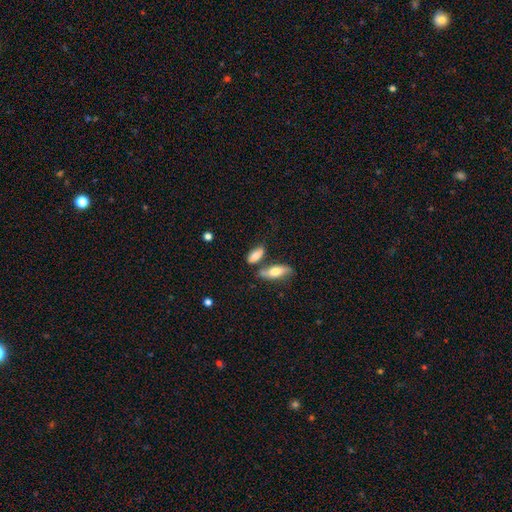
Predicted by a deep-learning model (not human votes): A smooth galaxy with no disk features (80%) that is in between round and cigar-shaped (77%). Merging: none (55%).